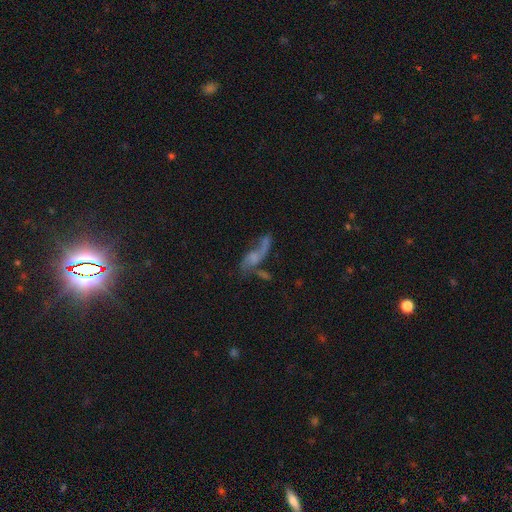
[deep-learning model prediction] This appears to be a featured or disk galaxy (61%) with no bar (68%), spiral arms (75%) and a small central bulge (39%). Merging: none (39%).